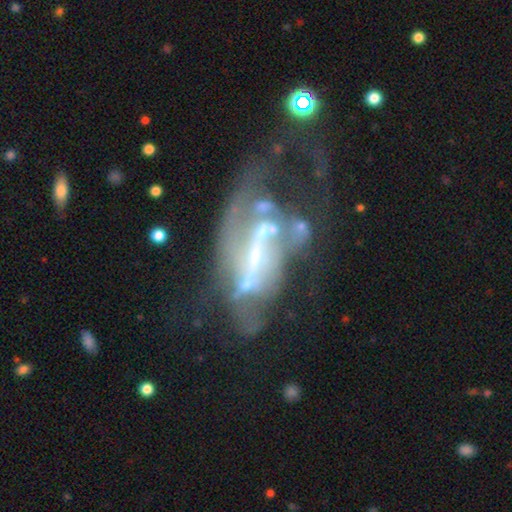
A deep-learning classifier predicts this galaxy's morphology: This appears to be a featured or disk galaxy (76%) with a strong bar (40%), spiral arms (53%) and a small central bulge (44%). Merging: major disturbance (45%).